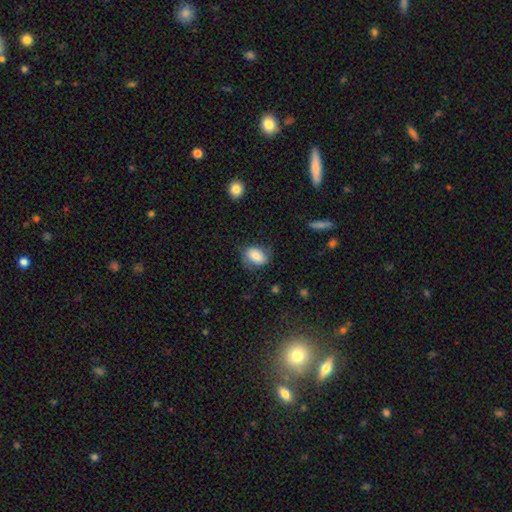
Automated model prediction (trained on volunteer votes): Morphology: type=smooth (73%); roundness=in between (74%); merging=none (65%).